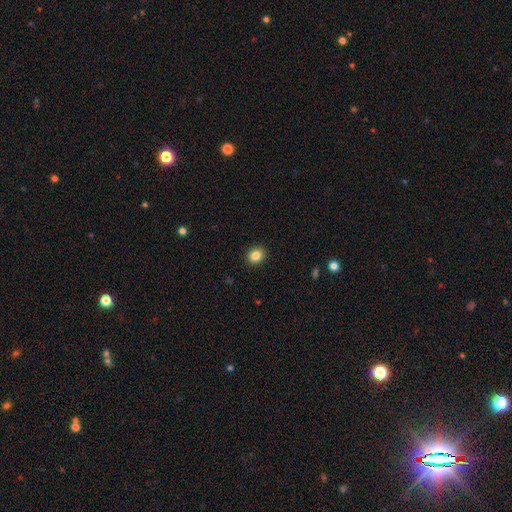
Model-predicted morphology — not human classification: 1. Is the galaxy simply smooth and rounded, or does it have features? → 84% smooth, 10% star or artifact, 5% featured or disk.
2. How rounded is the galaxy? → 75% round, 24% in between, 1% cigar-shaped.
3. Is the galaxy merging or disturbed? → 92% none, 6% minor disturbance, 2% major disturbance, 1% merger.